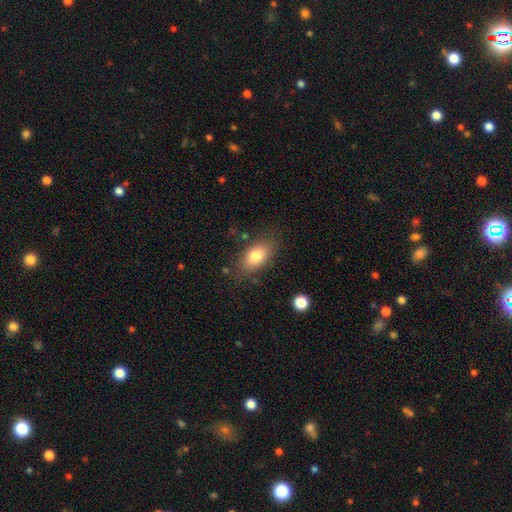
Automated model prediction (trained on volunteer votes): Smooth or featured? Predicted: smooth (p=0.79). How rounded? Predicted: in between (p=0.88). Merging? Predicted: none (p=0.79).